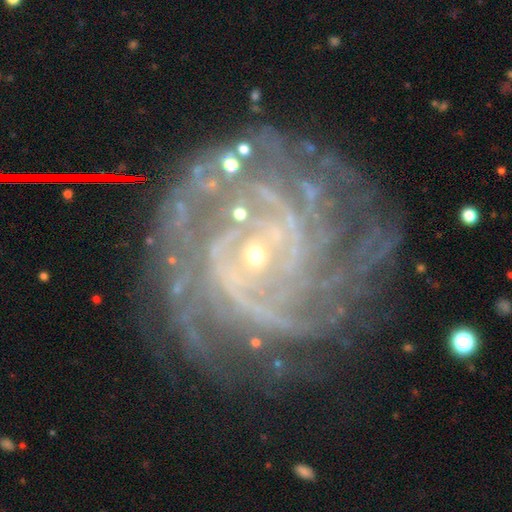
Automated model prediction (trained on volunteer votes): Morphology: type=featured or disk (92%); edge-on=no (98%); bar=no (61%); spiral arms=yes (98%); winding=tight (70%); arm count=4 (21%); bulge=small (79%); merging=none (67%).